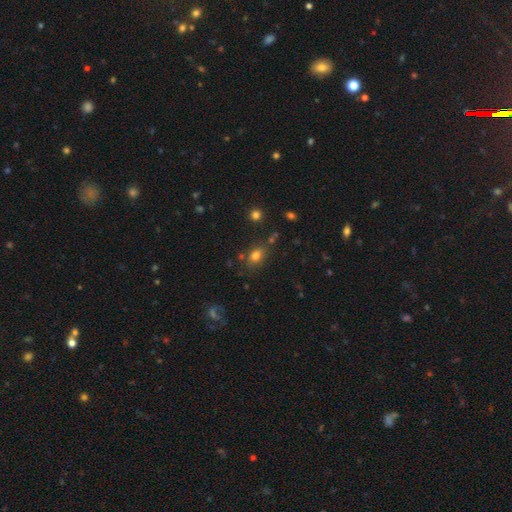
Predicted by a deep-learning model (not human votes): Overall: smooth (77%). How rounded: in between (68%; round 30%). Merging: none (71%).